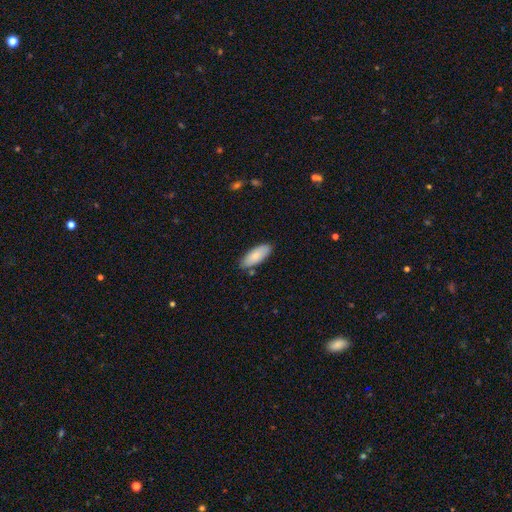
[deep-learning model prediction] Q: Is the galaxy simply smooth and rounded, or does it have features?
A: smooth — 83%.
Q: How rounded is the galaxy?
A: in between — 78%.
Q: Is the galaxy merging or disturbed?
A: none — 82%.